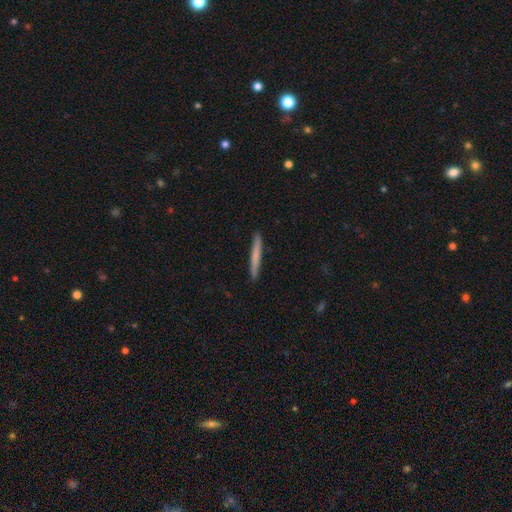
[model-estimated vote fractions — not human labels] A smooth galaxy with no disk features (67%) that is cigar-shaped (97%). Merging: none (92%).